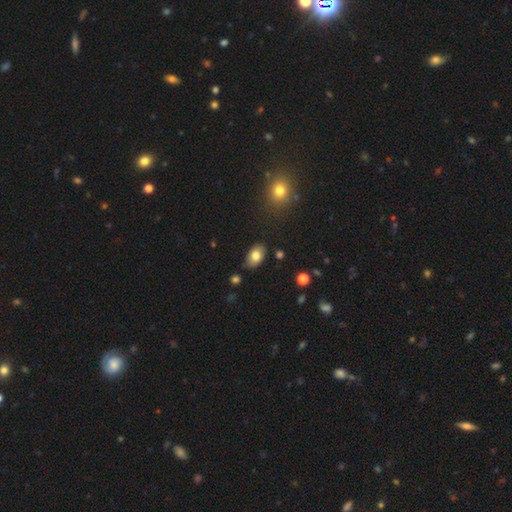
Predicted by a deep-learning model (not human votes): Smooth or featured?
  - smooth: 80% *
  - featured or disk: 11%
  - star or artifact: 8%
How rounded?
  - in between: 89% *
  - round: 10%
  - cigar-shaped: 1%
Merging?
  - none: 76% *
  - minor disturbance: 18%
  - major disturbance: 3%
  - merger: 3%